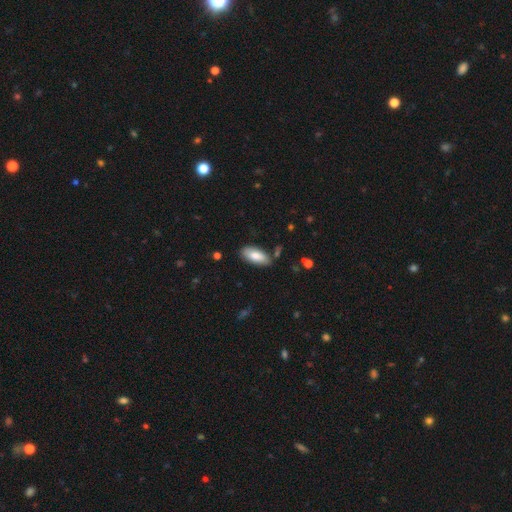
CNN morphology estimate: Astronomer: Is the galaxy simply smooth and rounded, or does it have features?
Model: smooth — 82%.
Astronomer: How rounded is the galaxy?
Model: in between — 88%.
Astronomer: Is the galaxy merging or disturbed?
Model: none — 80%.